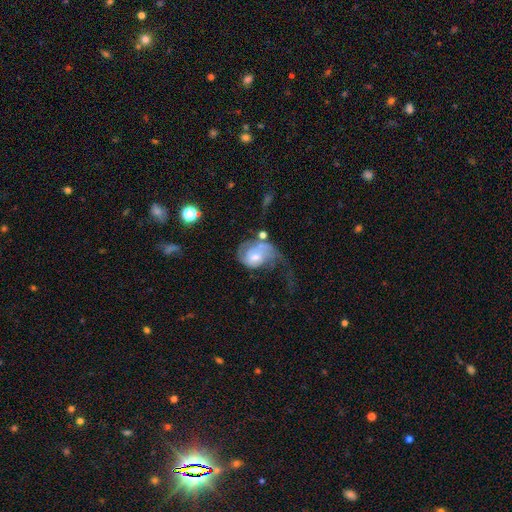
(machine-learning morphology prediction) Smooth or featured? featured or disk (64%)
Edge-on disk? no (97%)
Bar? no (66%)
Spiral arms? yes (80%)
Bulge size? moderate (49%)
Merging? major disturbance (46%)